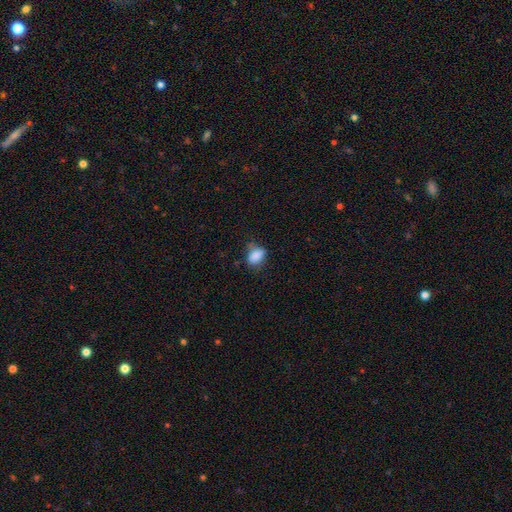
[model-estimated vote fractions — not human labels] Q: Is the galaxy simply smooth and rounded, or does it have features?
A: smooth — 87%.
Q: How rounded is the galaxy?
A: in between — 80%.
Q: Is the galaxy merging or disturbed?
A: none — 65%.